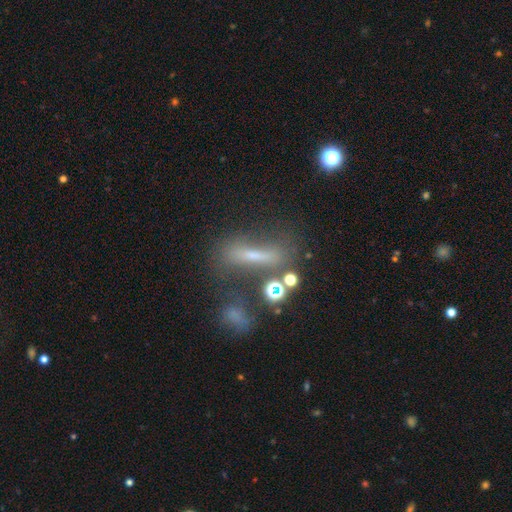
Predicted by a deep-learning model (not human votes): A featured or disk galaxy (42%). Merging: none (47%).